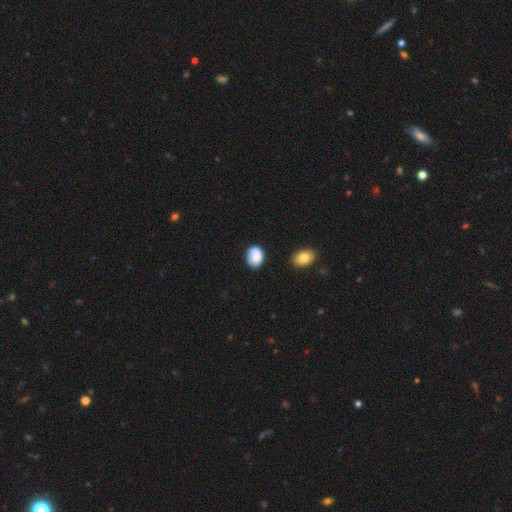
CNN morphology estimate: Q: Smooth or featured?
A: smooth (86%); runner-up: star or artifact (7%)
Q: How rounded?
A: in between (77%); runner-up: round (22%)
Q: Merging?
A: none (72%); runner-up: minor disturbance (22%)